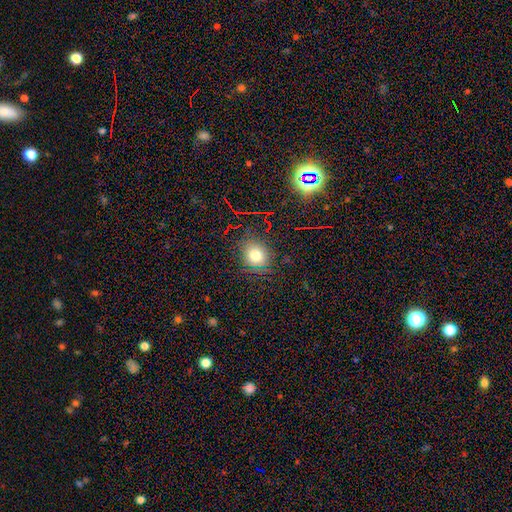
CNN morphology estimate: smooth-or-featured: smooth: 69% | star or artifact: 23% | featured or disk: 9%
  how-rounded: round: 73% | in between: 26% | cigar-shaped: 1%
  merging: none: 85% | minor disturbance: 10% | major disturbance: 3% | merger: 2%